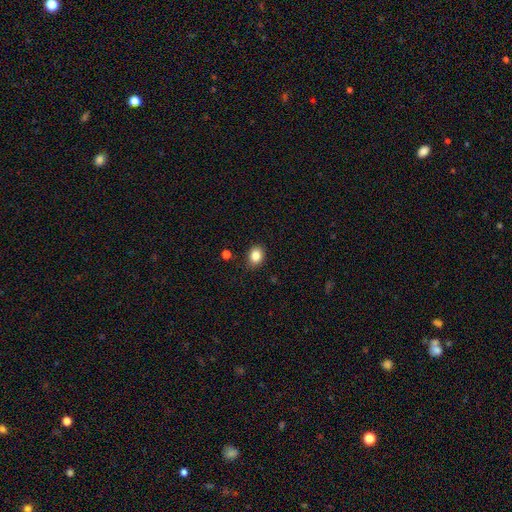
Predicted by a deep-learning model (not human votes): Q: Smooth or featured?
A: smooth (85%); runner-up: star or artifact (10%)
Q: How rounded?
A: in between (52%); runner-up: round (47%)
Q: Merging?
A: none (85%); runner-up: minor disturbance (11%)